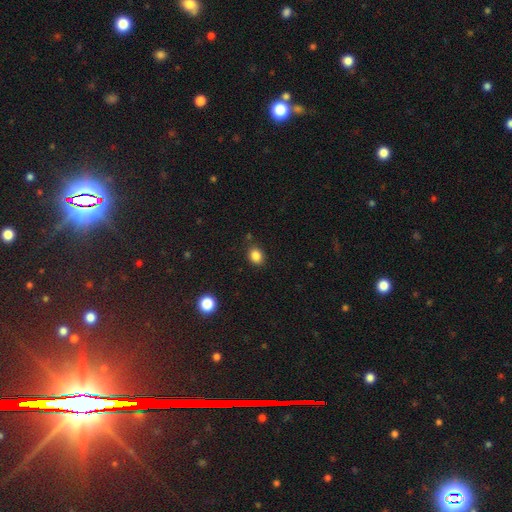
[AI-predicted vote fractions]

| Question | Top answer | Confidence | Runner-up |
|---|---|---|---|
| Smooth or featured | smooth | 85% | star or artifact (11%) |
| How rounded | in between | 51% | round (48%) |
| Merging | none | 84% | minor disturbance (10%) |